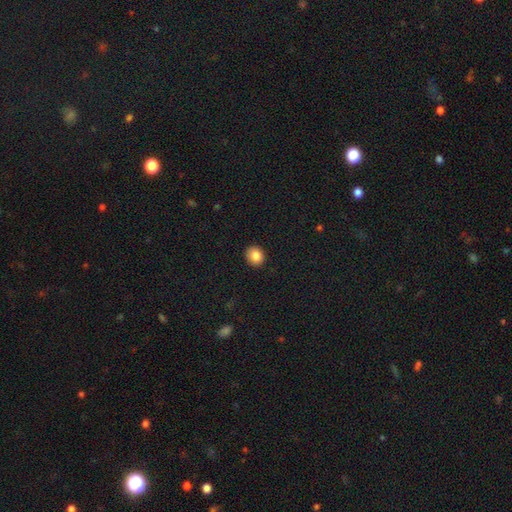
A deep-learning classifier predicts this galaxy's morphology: smooth-or-featured: smooth: 85% | star or artifact: 10% | featured or disk: 6%
  how-rounded: round: 75% | in between: 24% | cigar-shaped: 1%
  merging: none: 92% | minor disturbance: 6% | major disturbance: 2% | merger: 1%